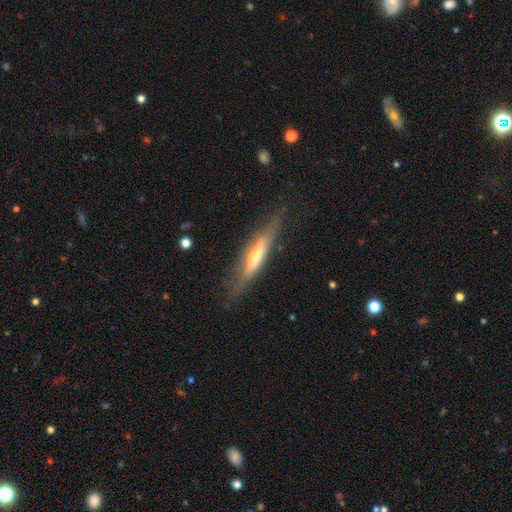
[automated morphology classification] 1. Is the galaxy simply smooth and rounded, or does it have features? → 61% featured or disk, 32% smooth, 6% star or artifact.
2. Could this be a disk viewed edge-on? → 88% yes, 12% no.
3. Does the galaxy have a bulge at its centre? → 71% rounded, 20% none, 9% boxy.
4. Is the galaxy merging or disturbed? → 78% none, 16% minor disturbance, 5% major disturbance, 2% merger.